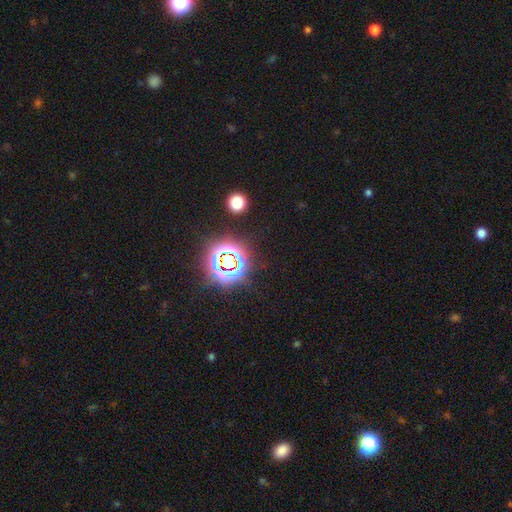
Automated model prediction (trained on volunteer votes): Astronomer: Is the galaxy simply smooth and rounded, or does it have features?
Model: star or artifact — 83%.